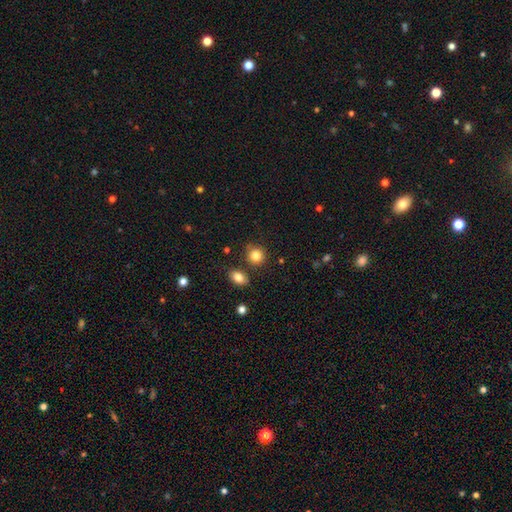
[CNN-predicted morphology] This appears to be a smooth galaxy with no disk features (84%) that is round (84%). Merging: none (81%).